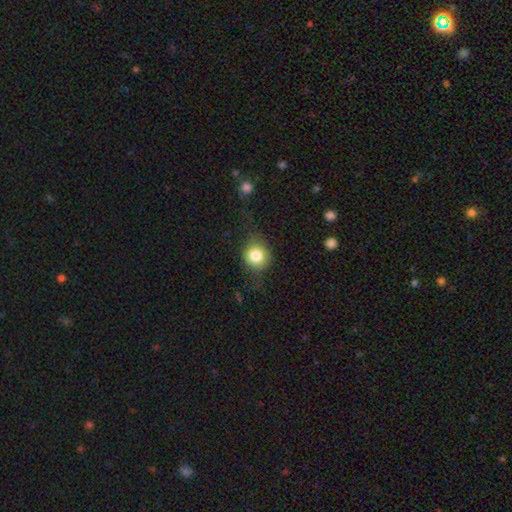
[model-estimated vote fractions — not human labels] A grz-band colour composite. It shows a smooth galaxy with no disk features (80%) that is round (86%). Merging: none (72%).